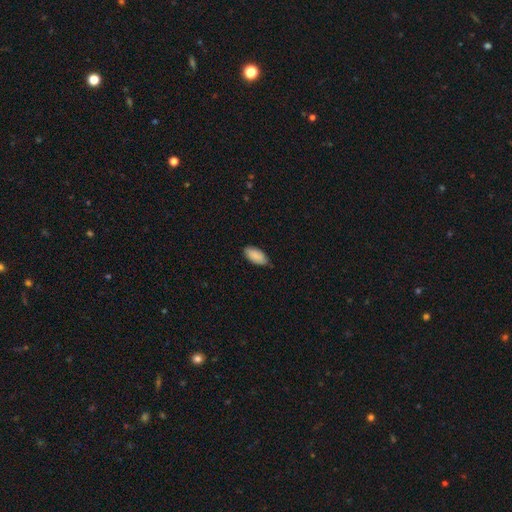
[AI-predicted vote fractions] A smooth galaxy with no disk features (89%) that is in between round and cigar-shaped (93%). Merging: none (79%).